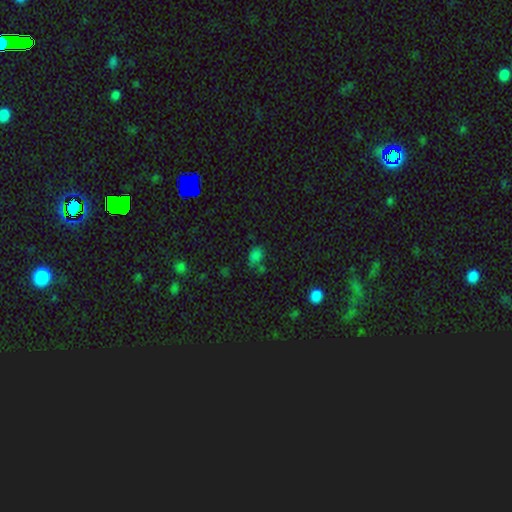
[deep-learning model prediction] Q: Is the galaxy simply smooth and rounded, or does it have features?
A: smooth — 67%.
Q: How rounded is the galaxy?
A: in between — 71%.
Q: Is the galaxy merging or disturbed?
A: none — 60%.